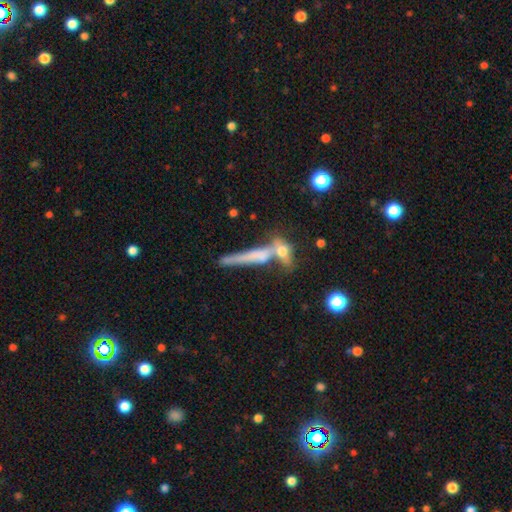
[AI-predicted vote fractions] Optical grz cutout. It shows a smooth galaxy with no disk features (53%) that is cigar-shaped (82%). Merging: none (43%).